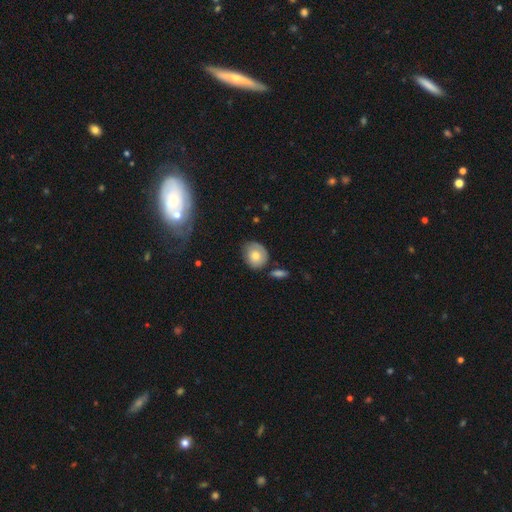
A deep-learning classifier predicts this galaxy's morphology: This appears to be a smooth galaxy with no disk features (67%) that is round (67%). Merging: none (62%).